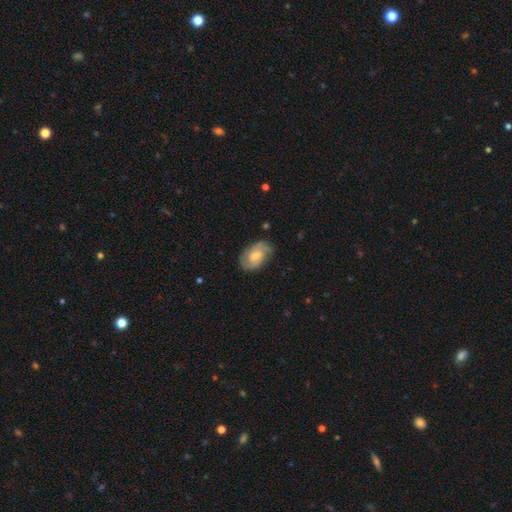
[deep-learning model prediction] Q: Smooth or featured?
A: featured or disk (56%); runner-up: smooth (38%)
Q: Edge-on disk?
A: no (96%); runner-up: yes (4%)
Q: Bar?
A: weak (47%); runner-up: no (44%)
Q: Spiral arms?
A: yes (84%); runner-up: no (16%)
Q: Bulge size?
A: moderate (52%); runner-up: small (27%)
Q: Merging?
A: none (74%); runner-up: minor disturbance (20%)